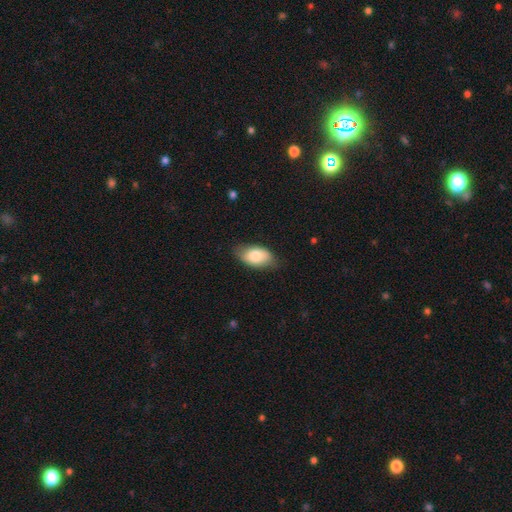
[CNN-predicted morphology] Smooth or featured: smooth — 79% (featured or disk — 15%)
How rounded: in between — 93% (round — 5%)
Merging: none — 76% (minor disturbance — 19%)